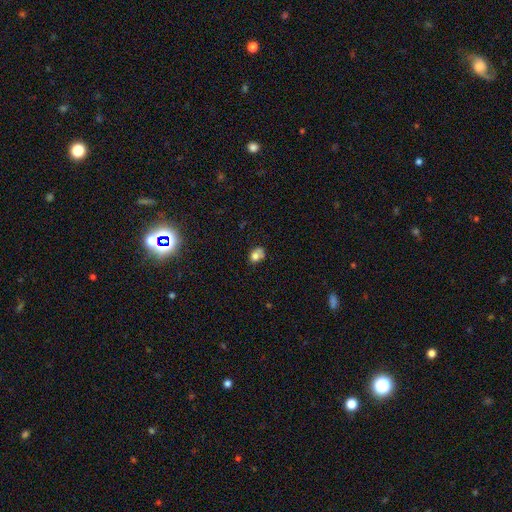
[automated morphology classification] A smooth galaxy with no disk features (72%) that is in between round and cigar-shaped (58%). Merging: none (42%).